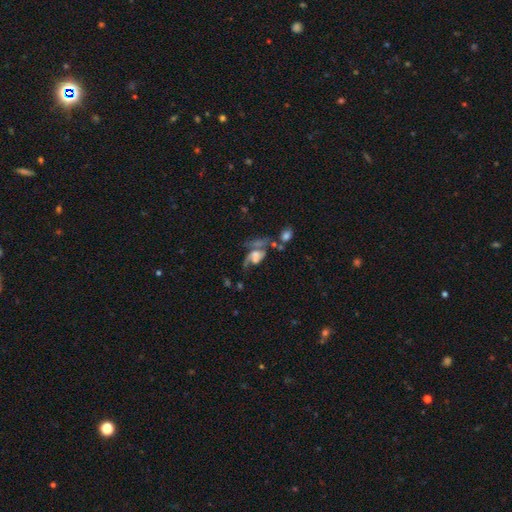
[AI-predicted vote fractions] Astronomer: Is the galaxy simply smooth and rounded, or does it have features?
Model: featured or disk — 57%.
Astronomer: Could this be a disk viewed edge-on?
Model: no — 94%.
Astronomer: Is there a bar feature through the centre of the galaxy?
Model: no — 71%.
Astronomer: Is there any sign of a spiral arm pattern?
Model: yes — 68%.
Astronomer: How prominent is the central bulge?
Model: none — 31% (runner-up: moderate, 25%).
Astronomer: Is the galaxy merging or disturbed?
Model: major disturbance — 37% (runner-up: merger, 27%).